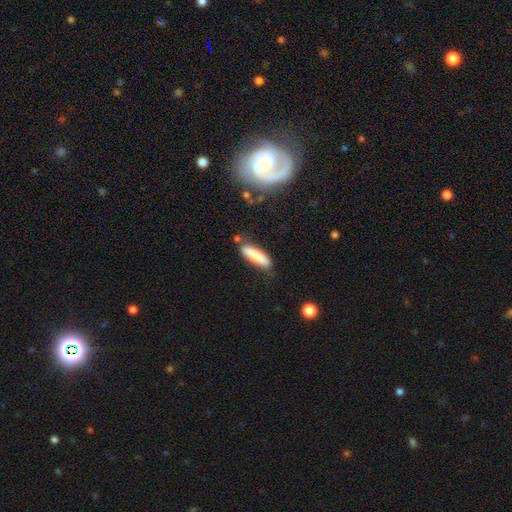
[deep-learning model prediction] smooth 81%, featured or disk 13%, star or artifact 6%. Down the decision tree: how rounded — cigar-shaped (67%); merging — none (78%).